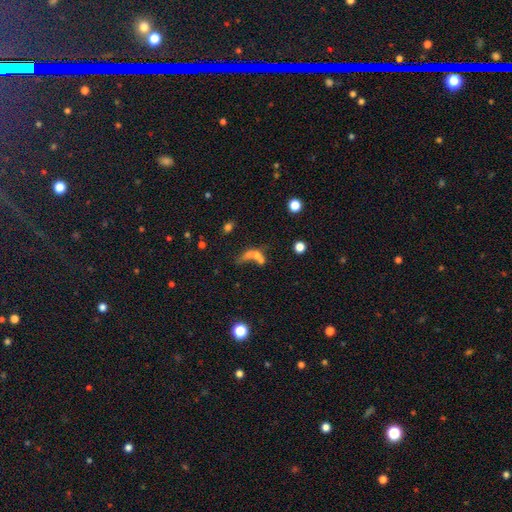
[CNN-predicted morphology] This appears to be a smooth galaxy with no disk features (53%) that is in between round and cigar-shaped (57%). Merging: merger (53%).